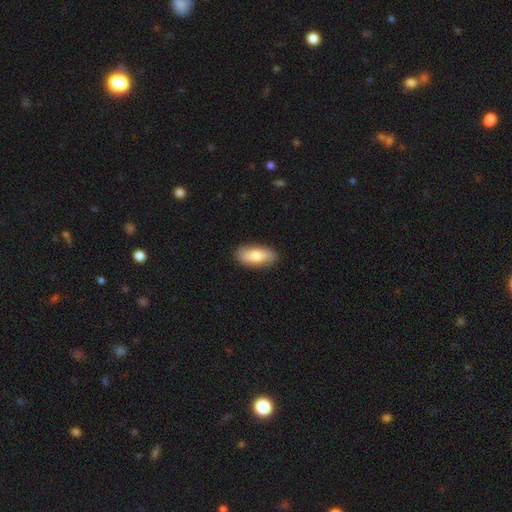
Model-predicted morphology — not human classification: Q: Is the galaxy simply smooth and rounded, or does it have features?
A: smooth — 74%.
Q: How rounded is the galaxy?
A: in between — 87%.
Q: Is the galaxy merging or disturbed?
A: none — 87%.